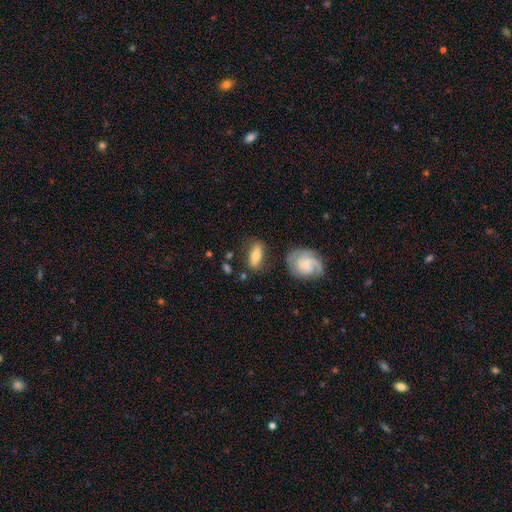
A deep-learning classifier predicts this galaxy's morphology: Smooth or featured? Predicted: smooth (p=0.54). How rounded? Predicted: in between (p=0.67). Merging? Predicted: none (p=0.71).